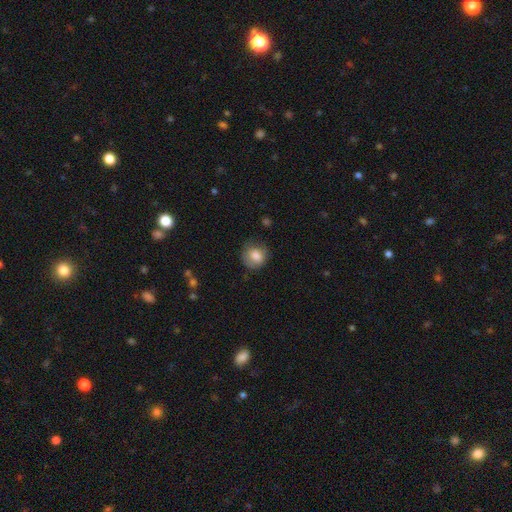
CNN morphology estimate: smooth 81%, featured or disk 11%, star or artifact 8%. Down the decision tree: how rounded — round (78%); merging — none (70%).